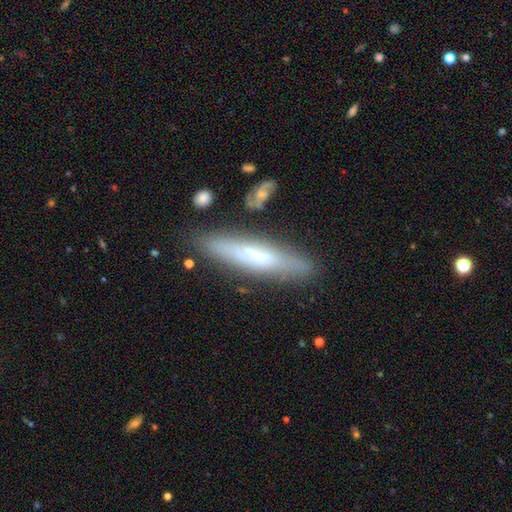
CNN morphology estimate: Smooth or featured?
  - featured or disk: 53% *
  - smooth: 39%
  - star or artifact: 8%
Edge-on disk?
  - yes: 76% *
  - no: 24%
Merging?
  - none: 77% *
  - minor disturbance: 15%
  - major disturbance: 4%
  - merger: 4%